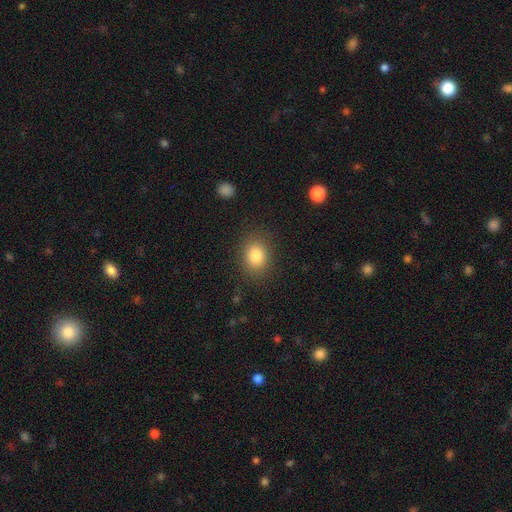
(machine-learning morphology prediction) type=smooth (83%); roundness=round (51%); merging=none (85%).